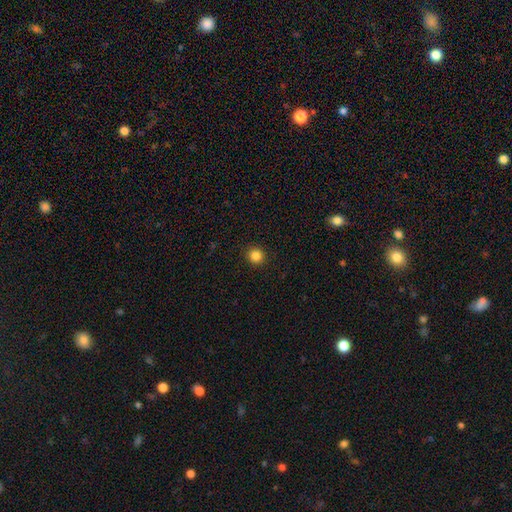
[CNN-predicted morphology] Q: Smooth or featured?
A: smooth (85%); runner-up: star or artifact (12%)
Q: How rounded?
A: round (91%); runner-up: in between (8%)
Q: Merging?
A: none (92%); runner-up: minor disturbance (5%)